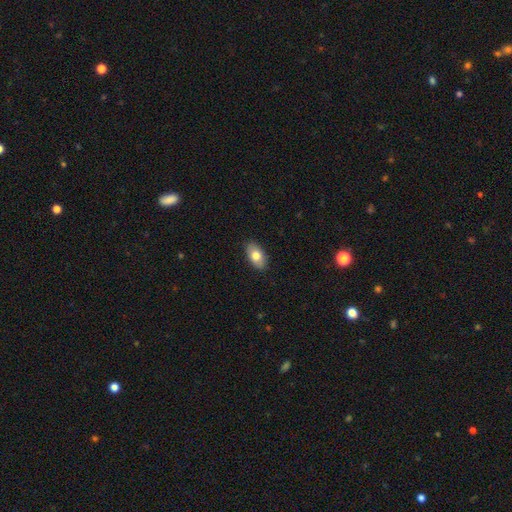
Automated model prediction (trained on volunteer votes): This is likely a smooth galaxy (78%). How rounded: clearly in between (93%). Merging: clearly none (89%).